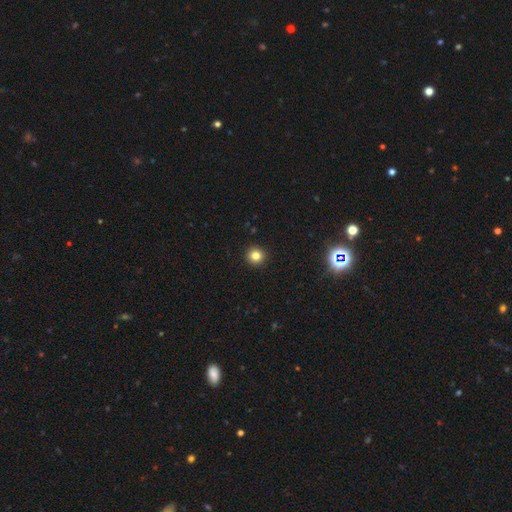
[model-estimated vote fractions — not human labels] This is clearly a smooth galaxy (81%). How rounded: clearly round (95%). Merging: clearly none (93%).